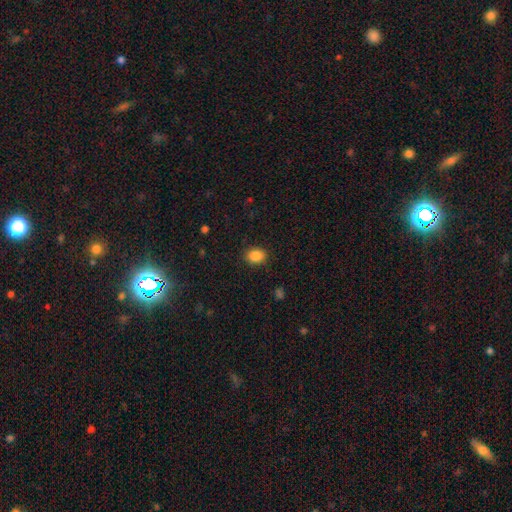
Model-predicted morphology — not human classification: smooth-or-featured: smooth: 87% | star or artifact: 9% | featured or disk: 4%
  how-rounded: in between: 53% | round: 46% | cigar-shaped: 1%
  merging: none: 88% | minor disturbance: 8% | major disturbance: 2% | merger: 1%